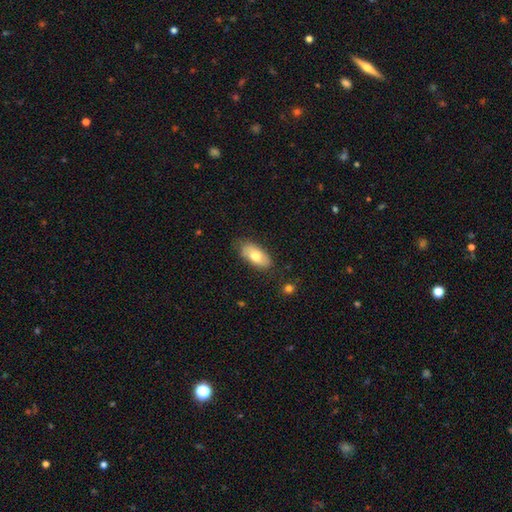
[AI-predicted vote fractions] A smooth galaxy with no disk features (71%) that is in between round and cigar-shaped (91%). Merging: none (78%).